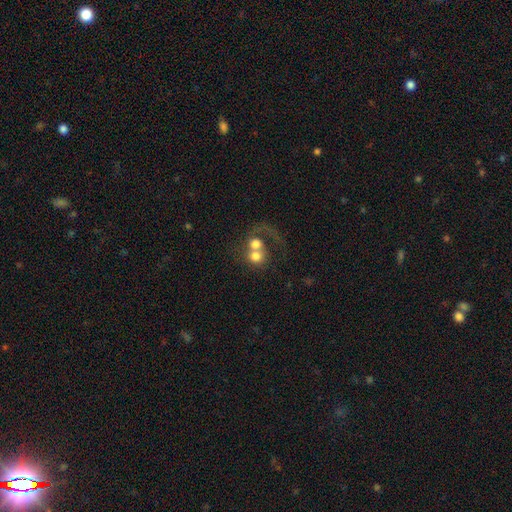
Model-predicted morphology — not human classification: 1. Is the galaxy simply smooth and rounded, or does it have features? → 56% smooth, 35% featured or disk, 10% star or artifact.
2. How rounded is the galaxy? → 74% round, 25% in between, 1% cigar-shaped.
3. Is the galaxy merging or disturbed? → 71% merger, 14% none, 10% major disturbance, 5% minor disturbance.